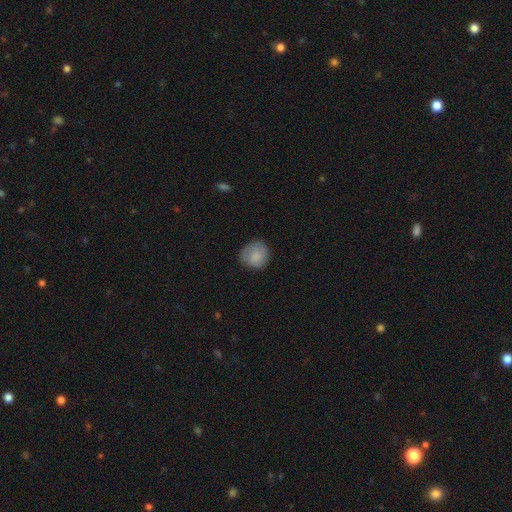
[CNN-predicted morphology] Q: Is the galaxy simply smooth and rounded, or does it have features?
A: smooth — 80%.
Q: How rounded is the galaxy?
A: round — 87%.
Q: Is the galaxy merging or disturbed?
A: none — 72%.